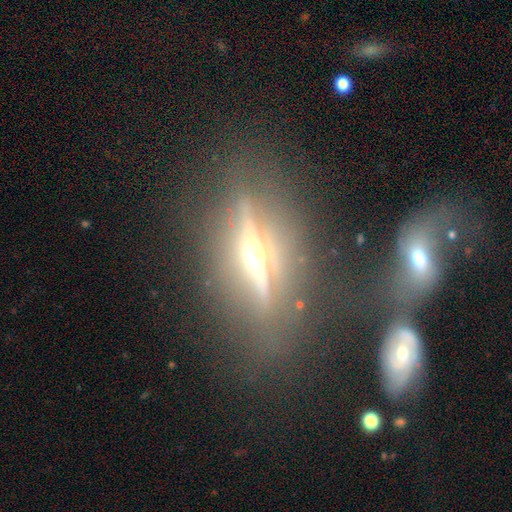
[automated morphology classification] Overall: featured or disk (78%). Edge-on disk: yes (93%). Edge-on bulge: rounded (95%). Merging: none (77%).